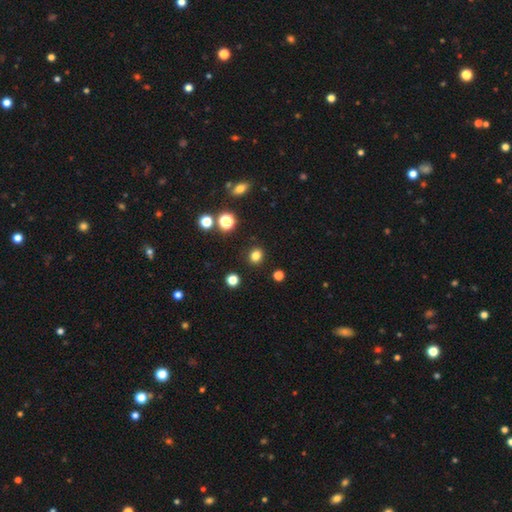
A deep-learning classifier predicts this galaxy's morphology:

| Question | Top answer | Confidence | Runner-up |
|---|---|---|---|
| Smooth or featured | smooth | 80% | star or artifact (15%) |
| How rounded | round | 78% | in between (21%) |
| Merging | none | 90% | minor disturbance (6%) |